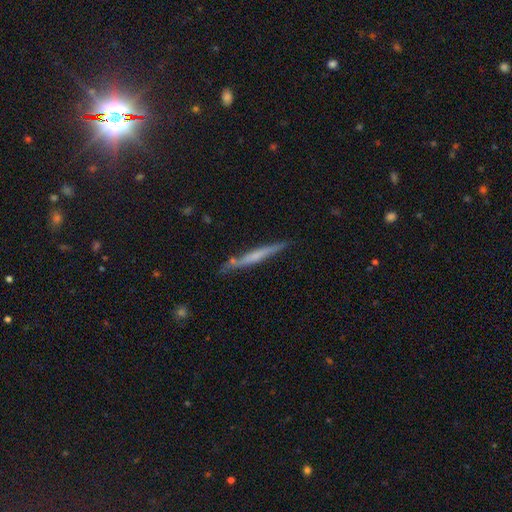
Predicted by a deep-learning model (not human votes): Smooth or featured? featured or disk (53%)
Edge-on disk? yes (95%)
Edge-on bulge? none (64%)
Merging? none (79%)